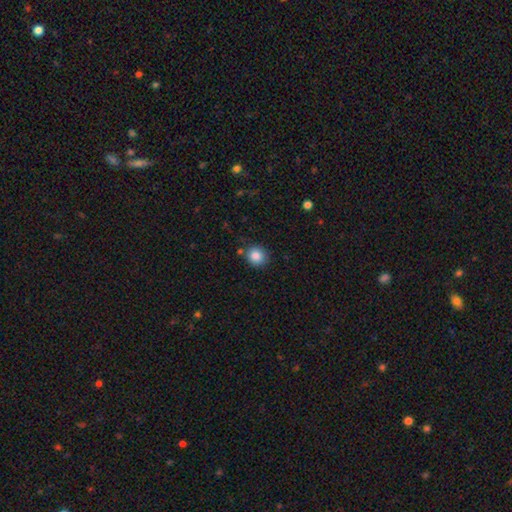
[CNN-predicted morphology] Overall: smooth (86%). How rounded: round (85%). Merging: none (83%).